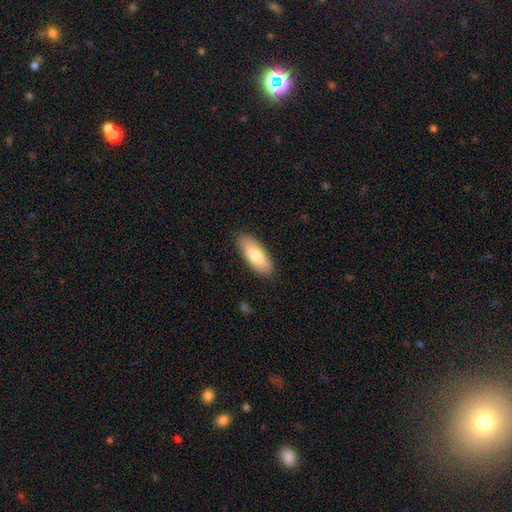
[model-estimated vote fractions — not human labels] A smooth galaxy with no disk features (76%) that is in between round and cigar-shaped (72%).

Vote fractions:
- Smooth or featured? smooth: 76% / featured or disk: 19% / star or artifact: 5%
- How rounded? in between: 72% / cigar-shaped: 26% / round: 2%
- Merging? none: 87% / minor disturbance: 10% / major disturbance: 2% / merger: 1%